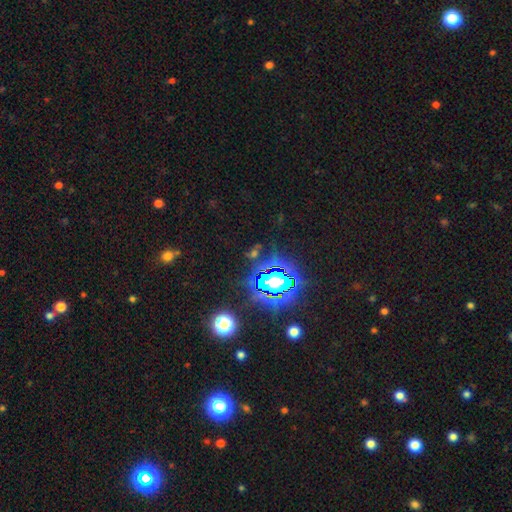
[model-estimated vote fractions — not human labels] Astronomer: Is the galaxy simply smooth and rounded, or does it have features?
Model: star or artifact — 72%.